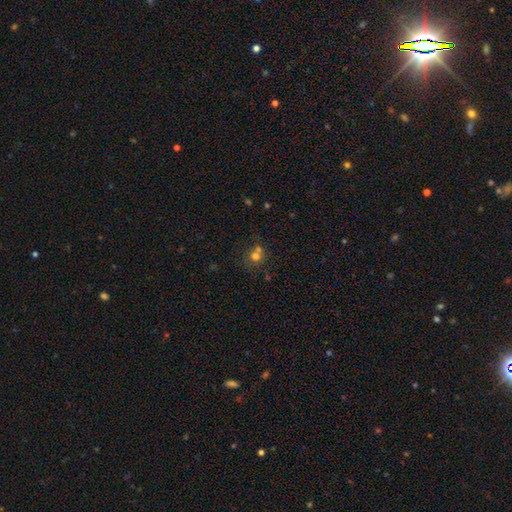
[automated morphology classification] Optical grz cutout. It shows a smooth galaxy with no disk features (70%) that is round (83%). Merging: none (49%).